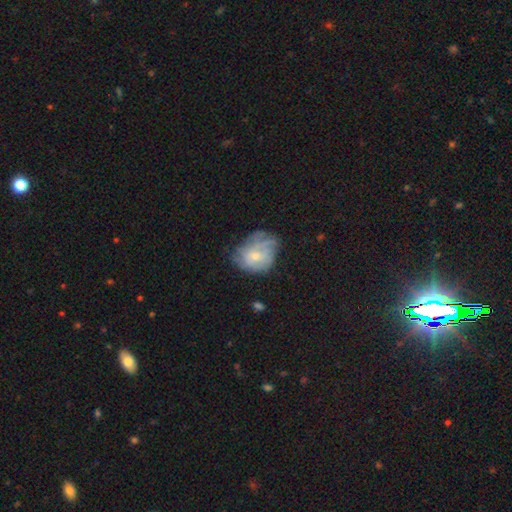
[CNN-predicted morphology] smooth-or-featured: featured or disk: 48% | smooth: 43% | star or artifact: 9%
  merging: none: 46% | minor disturbance: 31% | major disturbance: 20% | merger: 2%